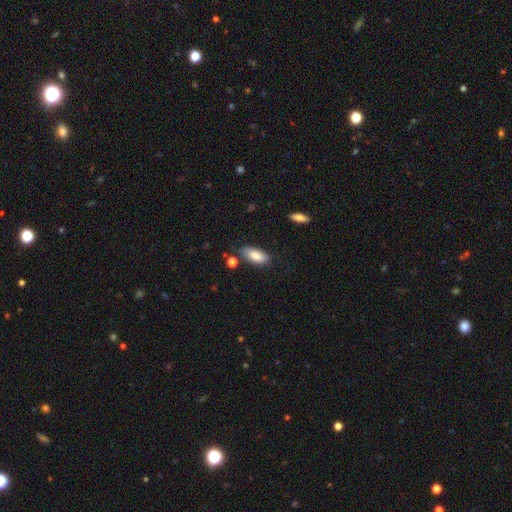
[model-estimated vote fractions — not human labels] This appears to be a smooth galaxy with no disk features (84%) that is in between round and cigar-shaped (86%). Merging: none (73%).